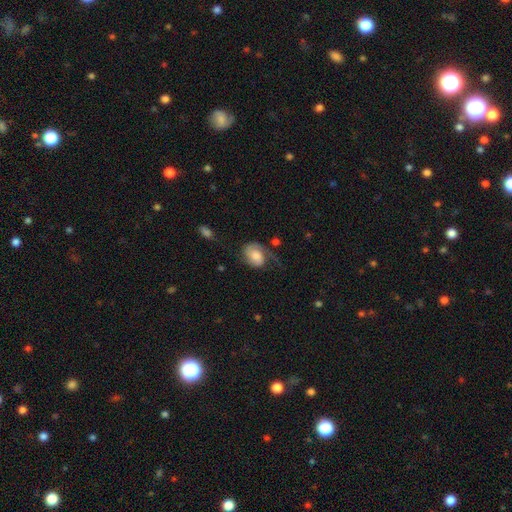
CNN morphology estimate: smooth-or-featured: featured or disk: 55% | smooth: 37% | star or artifact: 8%
  disk-edge-on: no: 97% | yes: 3%
    bar: no: 67% | weak: 27% | strong: 6%
    has-spiral-arms: yes: 89% | no: 11%
    bulge-size: moderate: 39% | large: 29% | small: 17% | none: 8% | dominant: 6%
  merging: none: 39% | major disturbance: 33% | minor disturbance: 24% | merger: 3%